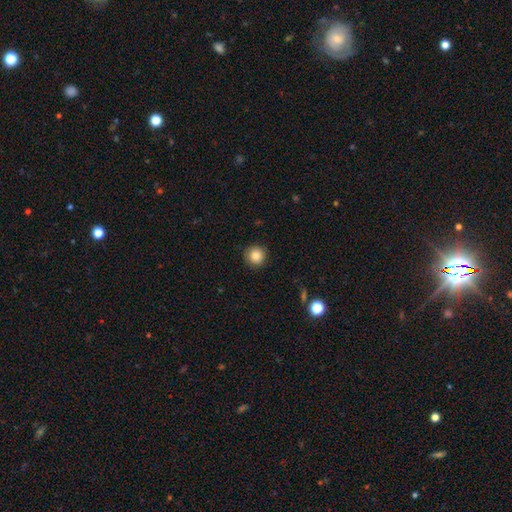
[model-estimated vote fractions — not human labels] A smooth galaxy with no disk features (85%) that is round (95%).

Vote fractions:
- Smooth or featured? smooth: 85% / star or artifact: 10% / featured or disk: 5%
- How rounded? round: 95% / in between: 4% / cigar-shaped: 1%
- Merging? none: 90% / minor disturbance: 7% / major disturbance: 2% / merger: 1%